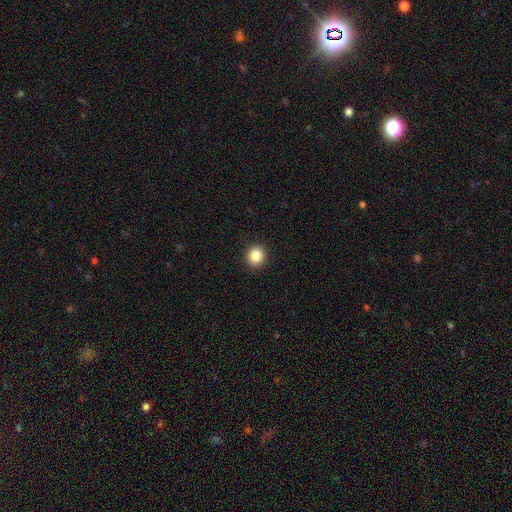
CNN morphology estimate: A smooth galaxy with no disk features (86%) that is round (89%). Merging: none (92%).